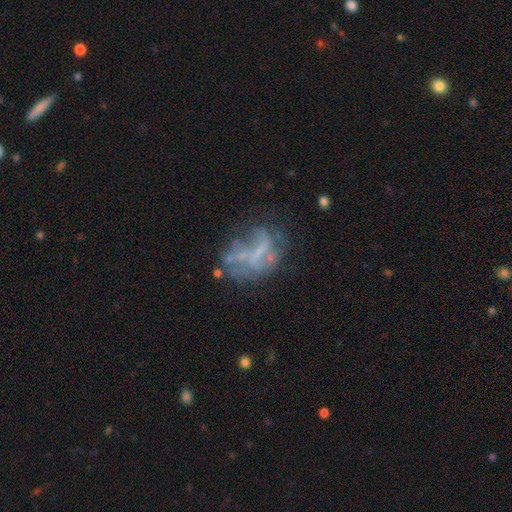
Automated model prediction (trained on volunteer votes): smooth-or-featured: featured or disk: 61% | smooth: 23% | star or artifact: 16%
  disk-edge-on: no: 97% | yes: 3%
    bar: no: 65% | weak: 23% | strong: 12%
    has-spiral-arms: no: 77% | yes: 23%
    bulge-size: none: 71% | small: 19% | moderate: 8% | large: 2% | dominant: 1%
  merging: none: 41% | major disturbance: 30% | minor disturbance: 20% | merger: 8%